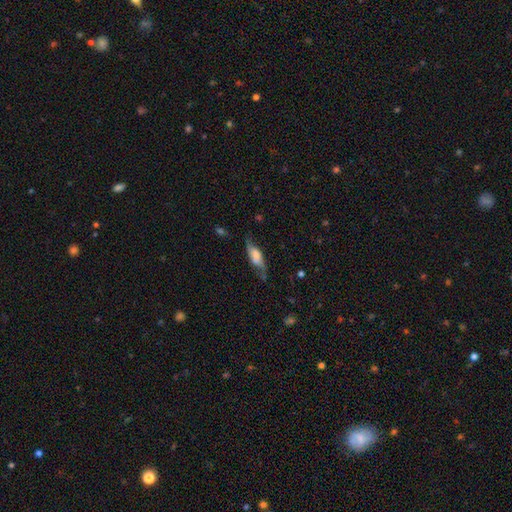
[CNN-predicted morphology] The model was most divided on "smooth or featured": smooth: 47%, featured or disk: 45%, star or artifact: 8%. More confident: merging — none (59%).